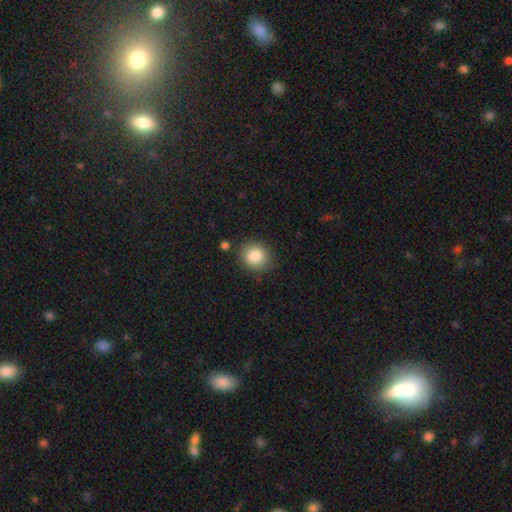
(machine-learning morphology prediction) Smooth or featured? smooth (85%)
How rounded? round (79%)
Merging? none (84%)